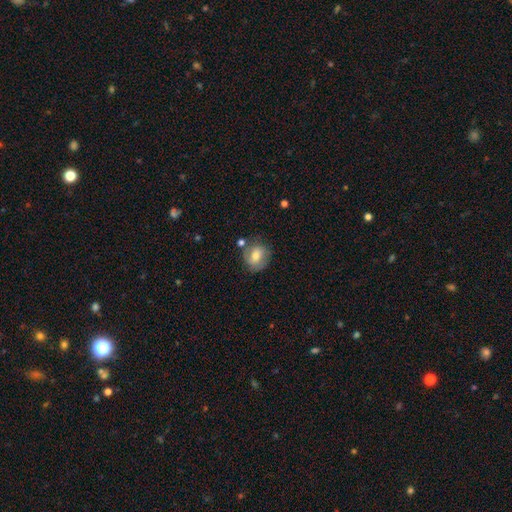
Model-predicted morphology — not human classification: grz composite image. It shows a smooth galaxy with no disk features (65%) that is round (71%). Merging: none (66%).